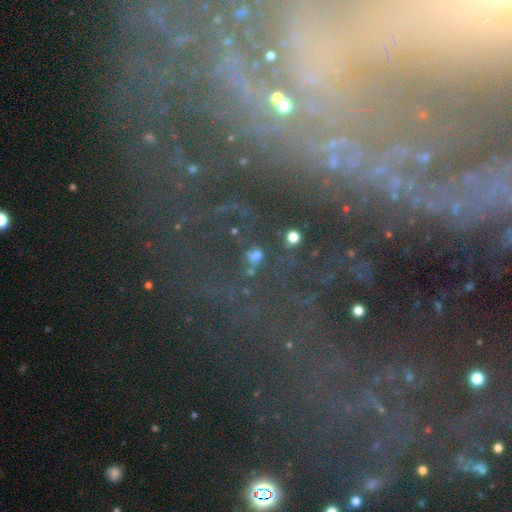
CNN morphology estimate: Smooth or featured? Predicted: star or artifact (p=0.45).